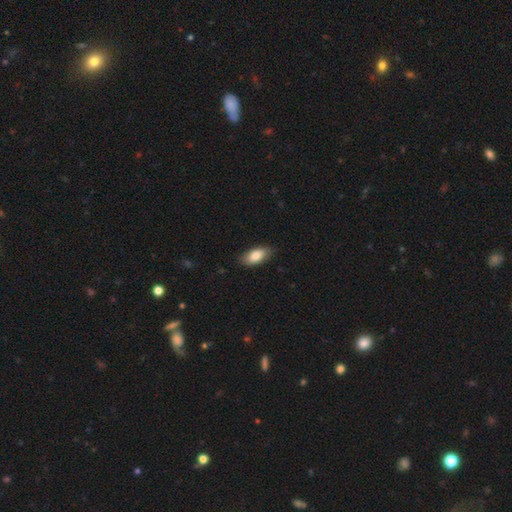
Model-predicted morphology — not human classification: Smooth or featured? smooth (84%)
How rounded? in between (91%)
Merging? none (85%)